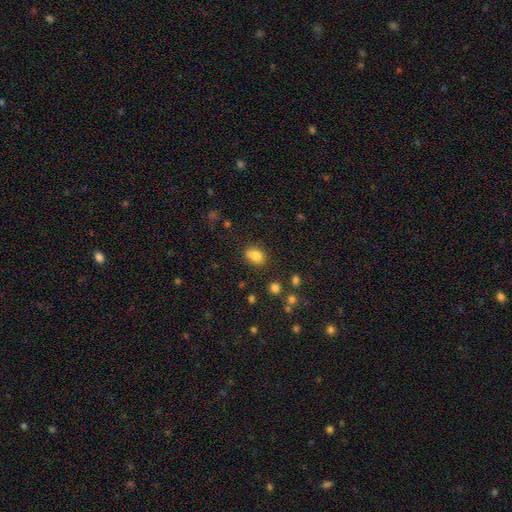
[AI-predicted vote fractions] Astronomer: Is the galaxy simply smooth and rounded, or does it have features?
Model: smooth — 81%.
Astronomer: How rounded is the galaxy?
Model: in between — 65%.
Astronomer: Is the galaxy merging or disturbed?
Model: none — 65%.